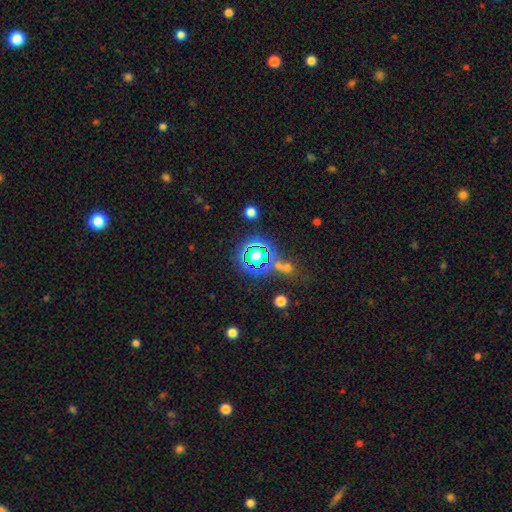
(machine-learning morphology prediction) The model was most divided on "smooth or featured": star or artifact: 58%, smooth: 30%, featured or disk: 11%.